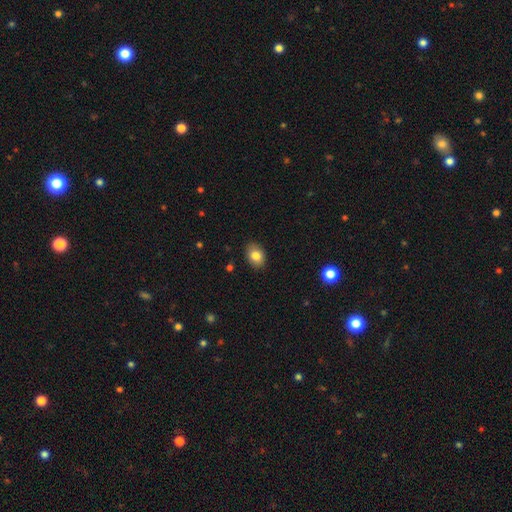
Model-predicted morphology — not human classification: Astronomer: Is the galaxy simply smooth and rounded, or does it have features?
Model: smooth — 83%.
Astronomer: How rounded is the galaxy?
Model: in between — 74%.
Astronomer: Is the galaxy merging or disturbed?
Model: none — 87%.